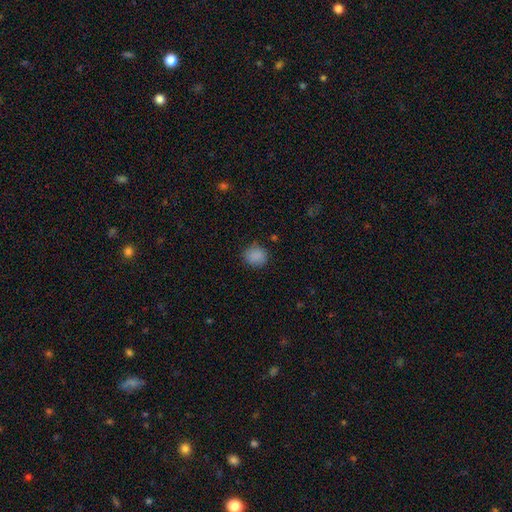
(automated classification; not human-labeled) This appears to be a smooth galaxy with no disk features (86%) that is round (71%). Merging: none (81%).